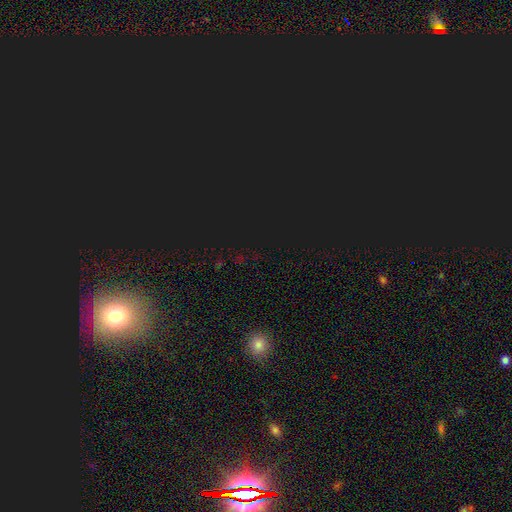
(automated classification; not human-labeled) Smooth or featured?
  - star or artifact: 79% *
  - smooth: 14%
  - featured or disk: 7%